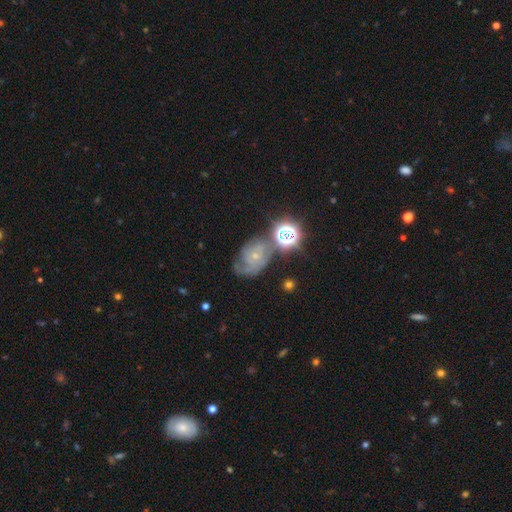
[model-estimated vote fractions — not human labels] Morphology: type=featured or disk (63%); edge-on=no (97%); bar=no (75%); spiral arms=yes (91%); winding=tight (54%); arm count=can't tell (34%); bulge=small (76%); merging=none (53%).